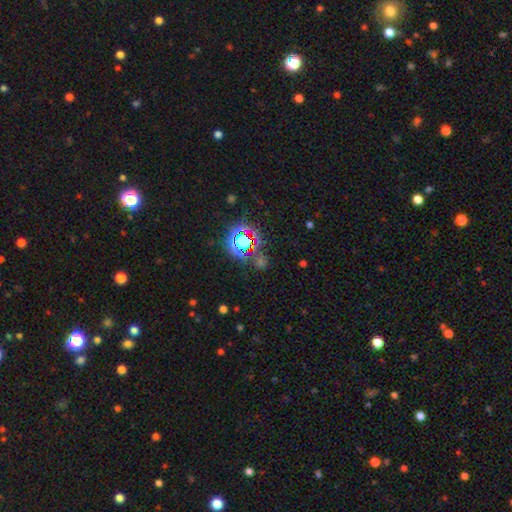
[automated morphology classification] type=star or artifact (77%).